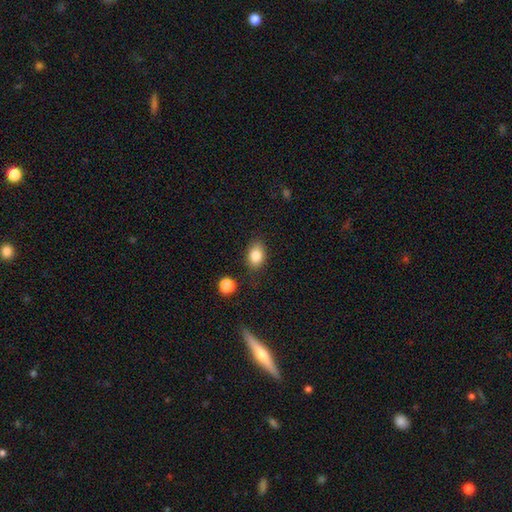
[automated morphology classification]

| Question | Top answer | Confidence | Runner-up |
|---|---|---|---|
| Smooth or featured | smooth | 84% | star or artifact (9%) |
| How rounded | in between | 79% | round (20%) |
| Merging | none | 80% | minor disturbance (13%) |